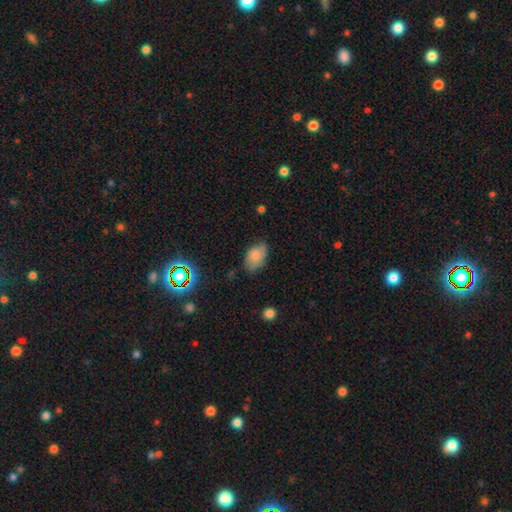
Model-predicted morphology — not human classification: This is likely a smooth galaxy (65%). How rounded: clearly in between (86%). Merging: possibly none (59%).